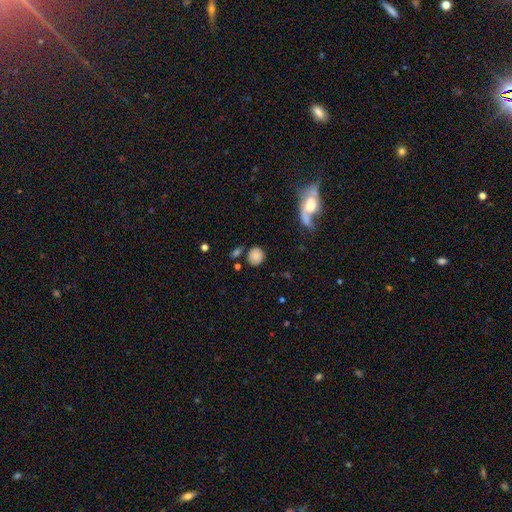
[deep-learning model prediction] Morphology: type=smooth (81%); roundness=round (83%); merging=none (76%).